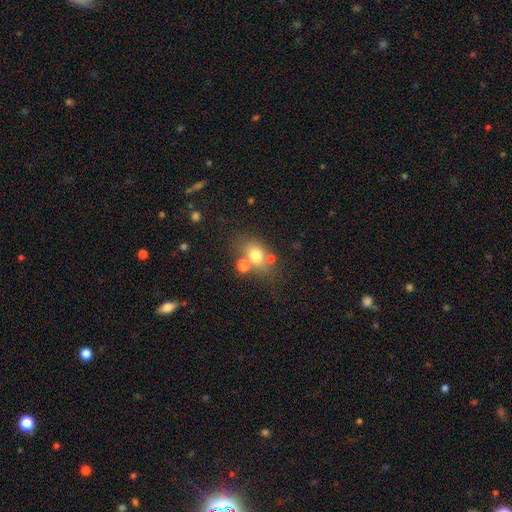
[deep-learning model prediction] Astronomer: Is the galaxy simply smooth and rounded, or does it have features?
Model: smooth — 70%.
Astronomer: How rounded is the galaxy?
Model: in between — 62%.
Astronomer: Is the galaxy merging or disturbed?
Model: none — 58%.